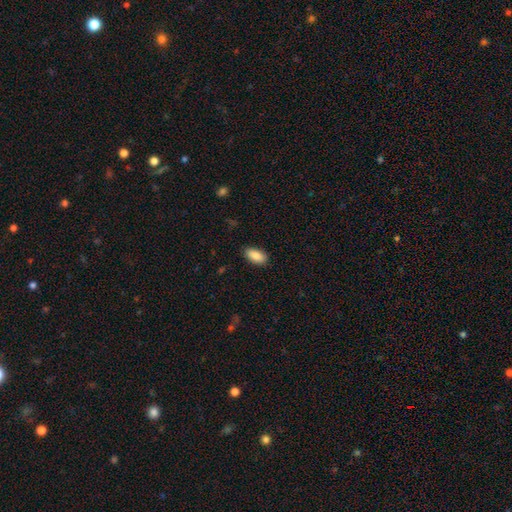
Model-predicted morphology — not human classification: type=smooth (88%); roundness=in between (92%); merging=none (88%).